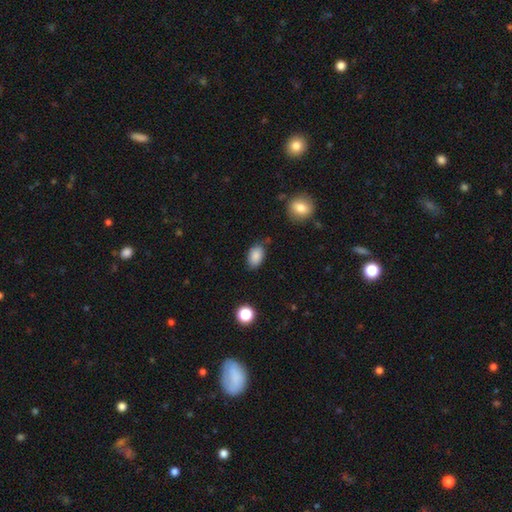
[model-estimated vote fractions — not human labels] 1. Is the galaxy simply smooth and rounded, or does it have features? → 86% smooth, 8% star or artifact, 5% featured or disk.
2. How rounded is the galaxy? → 90% in between, 9% round, 1% cigar-shaped.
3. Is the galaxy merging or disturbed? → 72% none, 21% minor disturbance, 4% major disturbance, 3% merger.